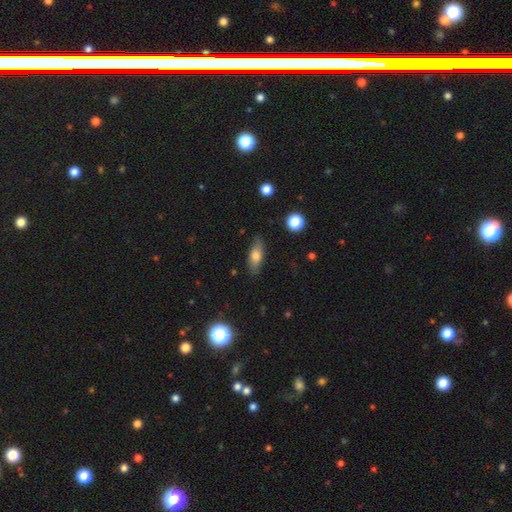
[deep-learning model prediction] Smooth or featured: smooth — 70% (featured or disk — 22%)
How rounded: in between — 70% (cigar-shaped — 26%)
Merging: none — 81% (minor disturbance — 14%)